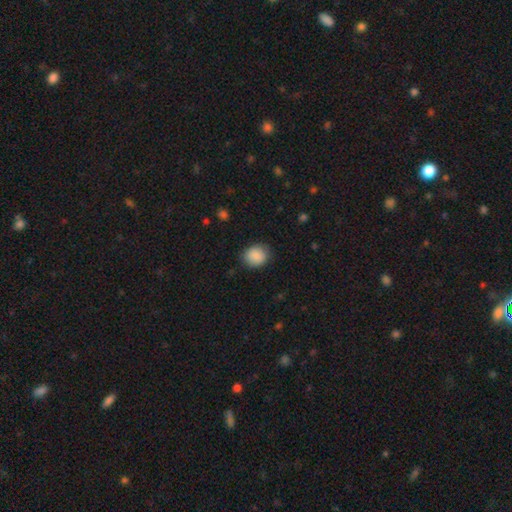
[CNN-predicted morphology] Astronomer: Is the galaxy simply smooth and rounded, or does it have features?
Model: smooth — 89%.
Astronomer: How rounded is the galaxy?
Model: round — 70%.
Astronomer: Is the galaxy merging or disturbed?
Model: none — 84%.